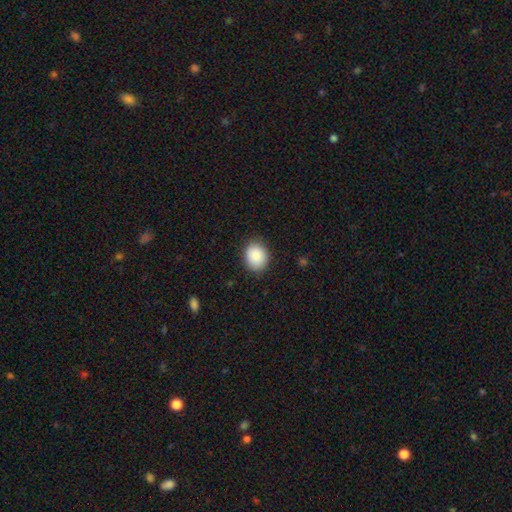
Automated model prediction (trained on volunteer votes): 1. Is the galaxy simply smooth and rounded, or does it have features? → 87% smooth, 8% star or artifact, 5% featured or disk.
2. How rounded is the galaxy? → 53% round, 46% in between, 1% cigar-shaped.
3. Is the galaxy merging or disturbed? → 86% none, 11% minor disturbance, 3% major disturbance, 1% merger.